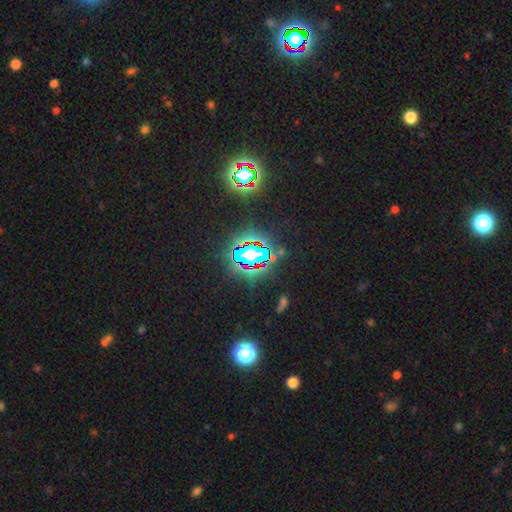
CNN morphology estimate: The model was most divided on "smooth or featured": star or artifact: 77%, smooth: 14%, featured or disk: 10%.